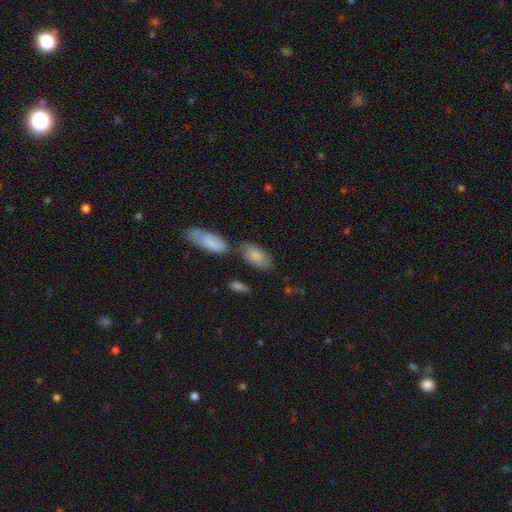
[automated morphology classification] This appears to be a smooth galaxy with no disk features (84%) that is in between round and cigar-shaped (91%). Merging: none (60%).